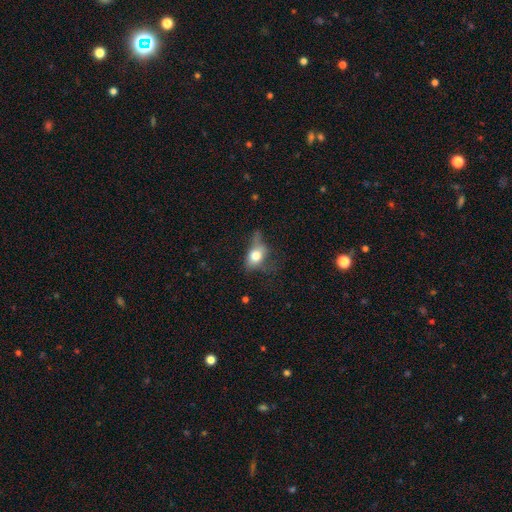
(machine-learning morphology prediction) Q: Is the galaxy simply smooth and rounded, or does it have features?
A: smooth — 66%.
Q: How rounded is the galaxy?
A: in between — 72%.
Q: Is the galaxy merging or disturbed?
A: major disturbance — 35%.